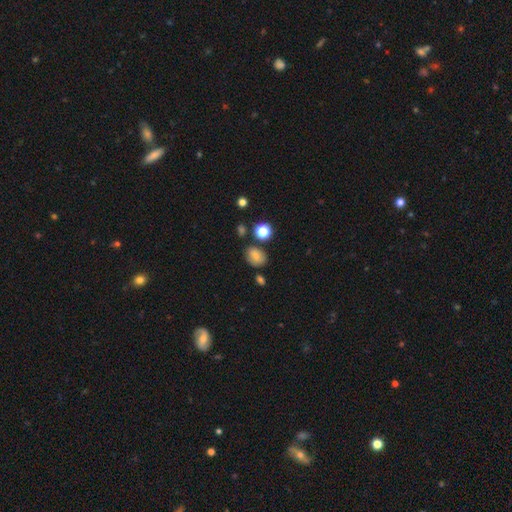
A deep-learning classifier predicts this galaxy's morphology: This appears to be a smooth galaxy with no disk features (76%) that is in between round and cigar-shaped (59%). Merging: none (73%).